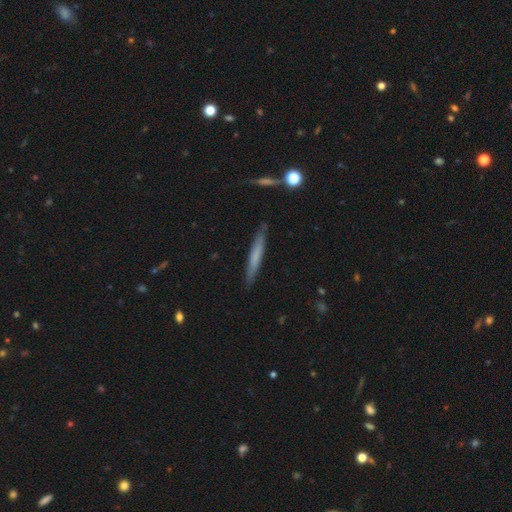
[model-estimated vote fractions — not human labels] A smooth galaxy with no disk features (61%) that is cigar-shaped (95%).

Vote fractions:
- Smooth or featured? smooth: 61% / featured or disk: 33% / star or artifact: 6%
- How rounded? cigar-shaped: 95% / in between: 4% / round: 1%
- Merging? none: 86% / minor disturbance: 10% / major disturbance: 2% / merger: 2%